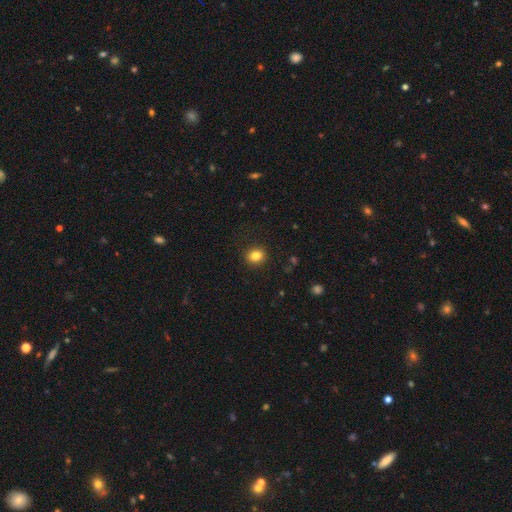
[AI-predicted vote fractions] Morphology: type=smooth (83%); roundness=round (71%); merging=none (90%).